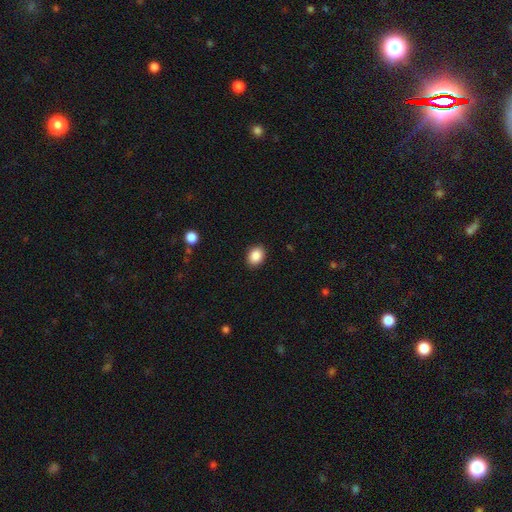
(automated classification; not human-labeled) The model was most divided on "how rounded": in between: 60%, round: 39%, cigar-shaped: 1%. More confident: merging — none (90%); smooth or featured — smooth (88%).